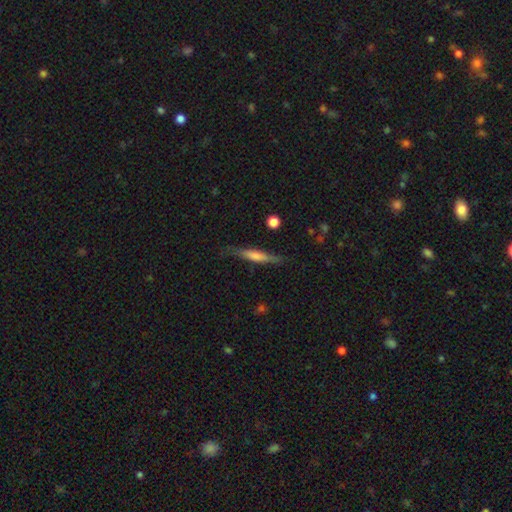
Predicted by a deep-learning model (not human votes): Smooth or featured? featured or disk (53%)
Edge-on disk? yes (93%)
Merging? none (81%)